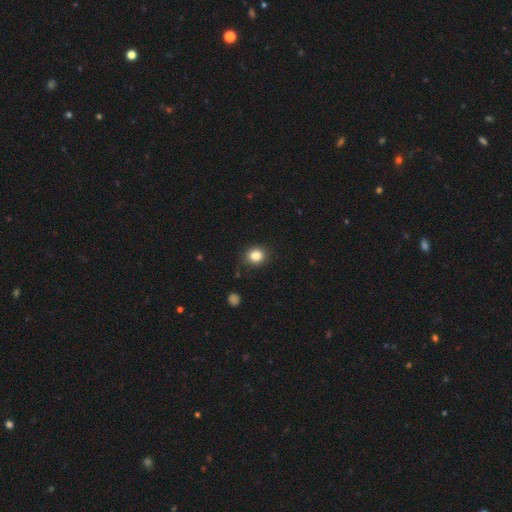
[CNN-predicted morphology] type=smooth (84%); roundness=round (75%); merging=none (85%).